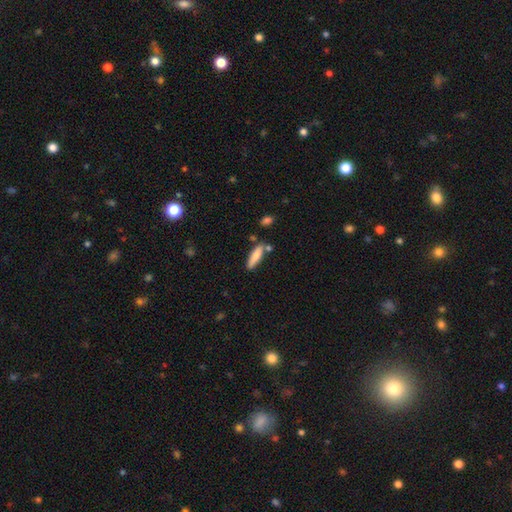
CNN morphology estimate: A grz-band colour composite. It shows a smooth galaxy with no disk features (80%) that is cigar-shaped (66%). Merging: none (73%).